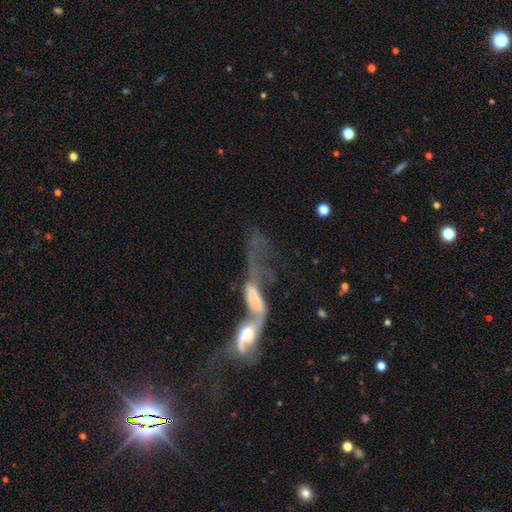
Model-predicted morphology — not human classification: Smooth or featured? featured or disk (59%)
Edge-on disk? no (74%)
Merging? merger (72%)